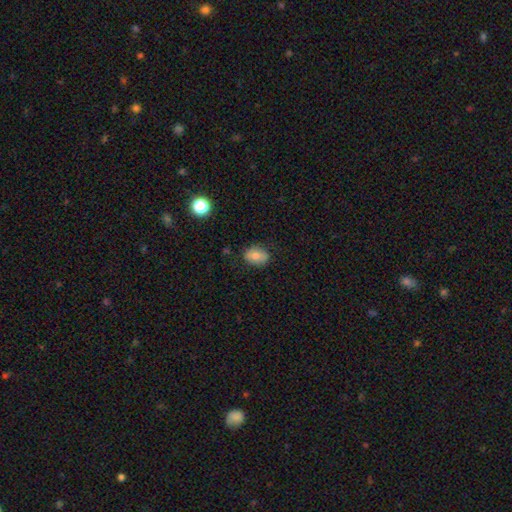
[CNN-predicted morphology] This appears to be a smooth galaxy with no disk features (75%) that is in between round and cigar-shaped (69%). Merging: none (79%).